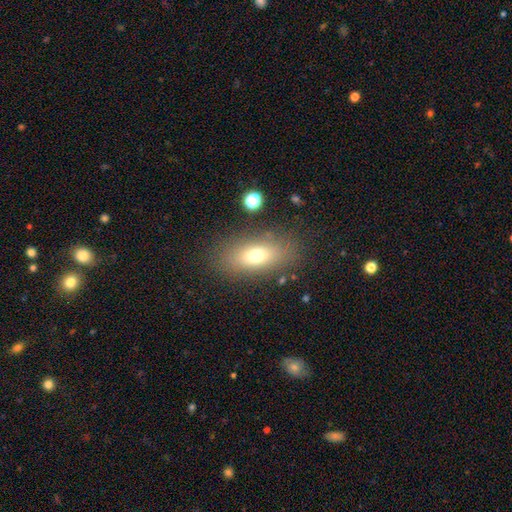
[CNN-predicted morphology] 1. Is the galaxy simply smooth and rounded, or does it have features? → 69% smooth, 19% featured or disk, 12% star or artifact.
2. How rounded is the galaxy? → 80% in between, 11% cigar-shaped, 9% round.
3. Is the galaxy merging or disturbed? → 81% none, 11% minor disturbance, 5% major disturbance, 2% merger.